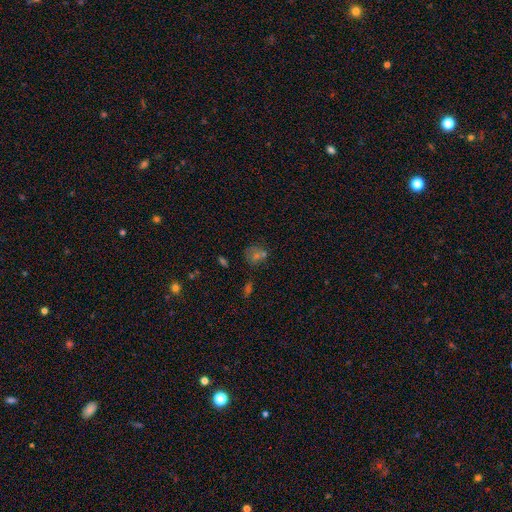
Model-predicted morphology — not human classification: Smooth or featured? smooth (46%)
Merging? none (62%)